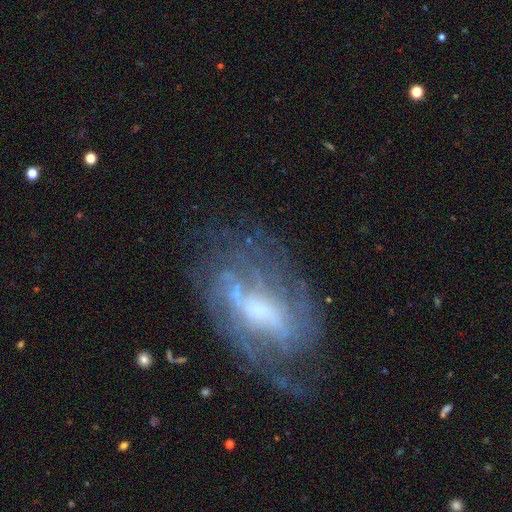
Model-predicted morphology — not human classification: Smooth or featured? Predicted: featured or disk (p=0.76). Edge-on disk? Predicted: no (p=0.93). Bar? Predicted: weak (p=0.44). Spiral arms? Predicted: yes (p=0.79). Spiral winding? Predicted: tight (p=0.41). Spiral arm count? Predicted: can't tell (p=0.44). Bulge size? Predicted: moderate (p=0.42). Merging? Predicted: none (p=0.63).